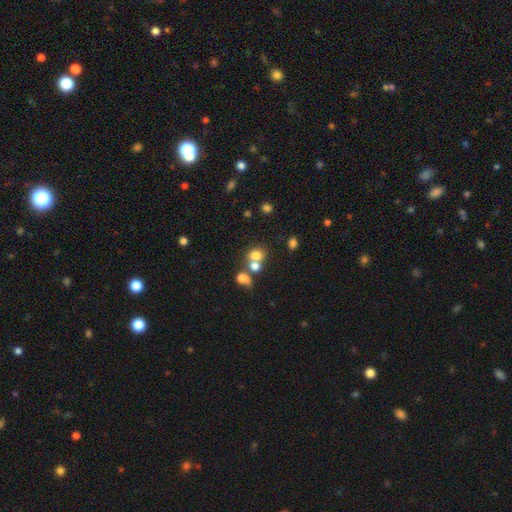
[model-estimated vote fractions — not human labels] Smooth or featured? smooth (71%)
How rounded? round (63%)
Merging? merger (48%)